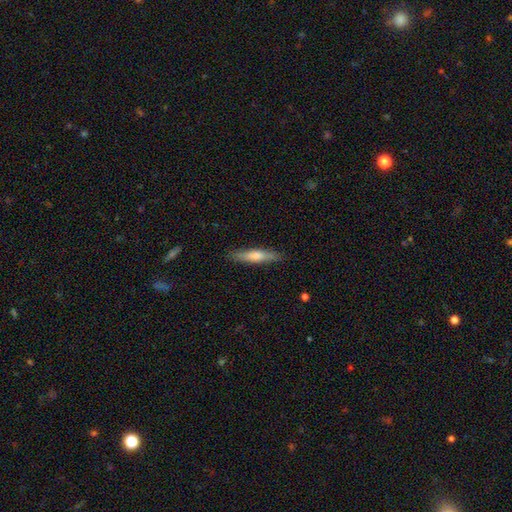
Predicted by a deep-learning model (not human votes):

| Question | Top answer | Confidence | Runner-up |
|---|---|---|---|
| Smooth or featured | smooth | 68% | featured or disk (27%) |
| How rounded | cigar-shaped | 84% | in between (14%) |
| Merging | none | 86% | minor disturbance (10%) |